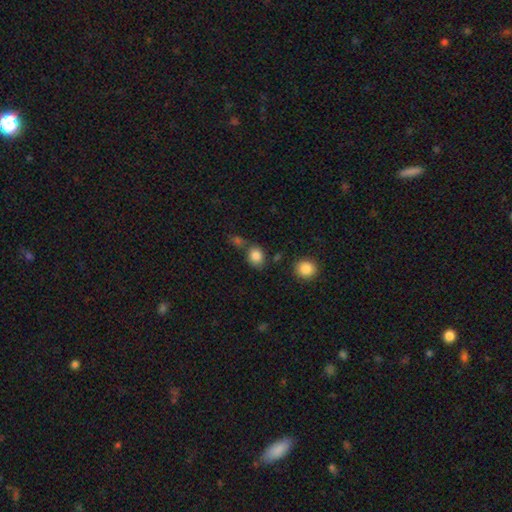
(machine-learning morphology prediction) The model was most divided on "how rounded": round: 58%, in between: 41%, cigar-shaped: 1%. More confident: smooth or featured — smooth (84%); merging — none (67%).